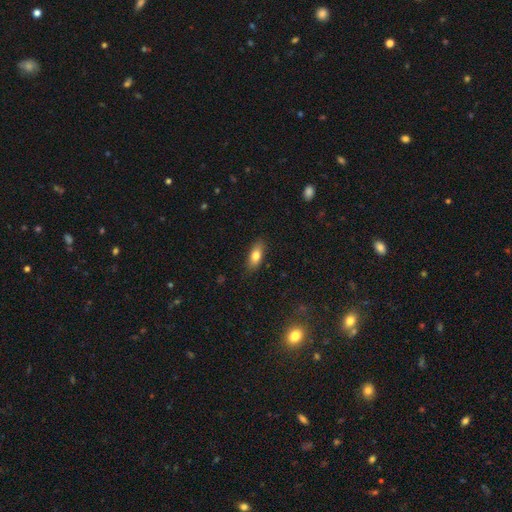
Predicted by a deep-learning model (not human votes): smooth 78%, featured or disk 14%, star or artifact 7%. Down the decision tree: how rounded — in between (79%); merging — none (85%).